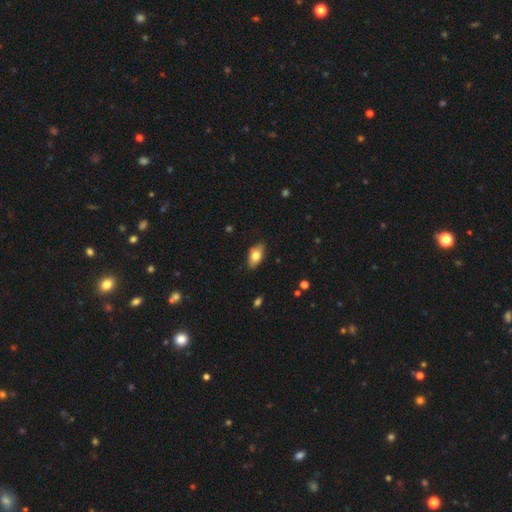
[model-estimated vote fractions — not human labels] Q: Smooth or featured?
A: smooth (75%); runner-up: featured or disk (18%)
Q: How rounded?
A: in between (90%); runner-up: cigar-shaped (6%)
Q: Merging?
A: none (83%); runner-up: minor disturbance (13%)